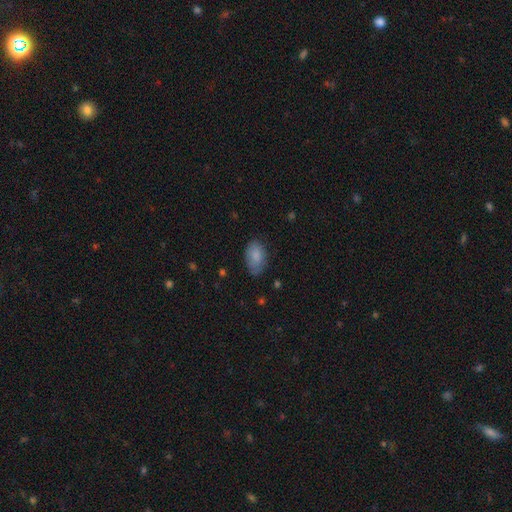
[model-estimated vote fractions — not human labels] A smooth galaxy with no disk features (84%) that is in between round and cigar-shaped (91%). Merging: none (73%).